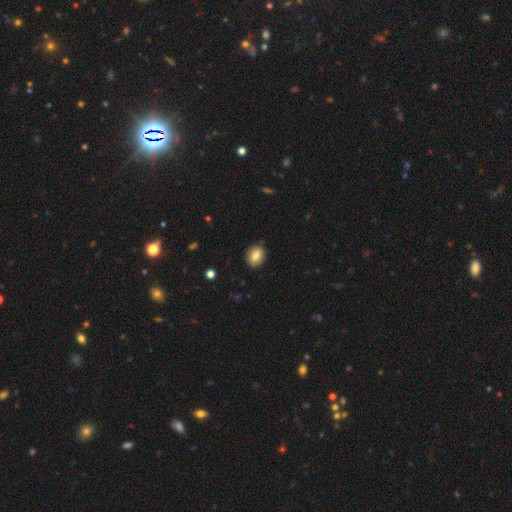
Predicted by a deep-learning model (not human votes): Q: Smooth or featured?
A: smooth (82%); runner-up: featured or disk (10%)
Q: How rounded?
A: round (51%); runner-up: in between (48%)
Q: Merging?
A: none (89%); runner-up: minor disturbance (9%)